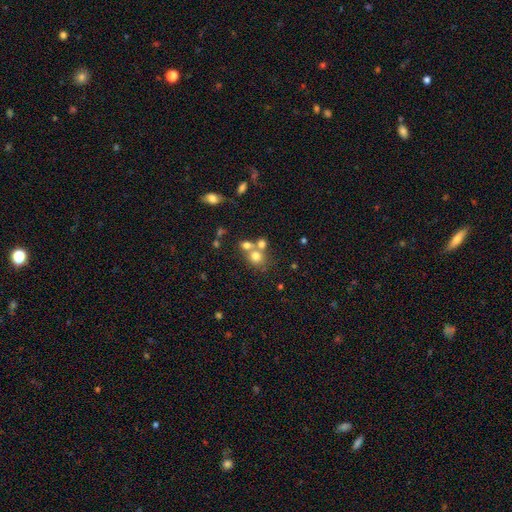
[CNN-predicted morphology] Smooth or featured? Predicted: smooth (p=0.69). How rounded? Predicted: round (p=0.78). Merging? Predicted: merger (p=0.45).